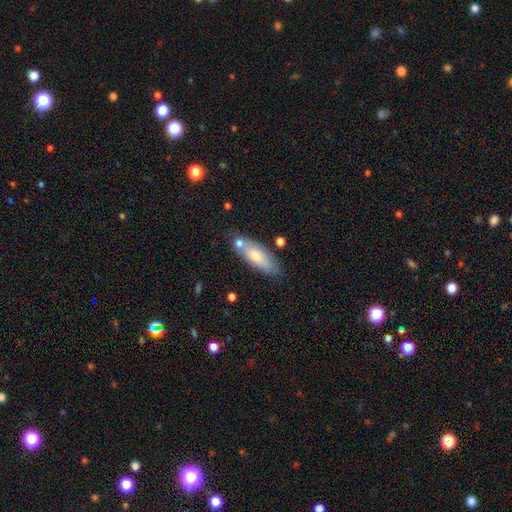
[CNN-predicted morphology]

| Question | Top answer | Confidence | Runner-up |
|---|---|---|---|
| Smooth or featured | smooth | 71% | featured or disk (23%) |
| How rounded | in between | 65% | cigar-shaped (33%) |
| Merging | none | 69% | minor disturbance (15%) |